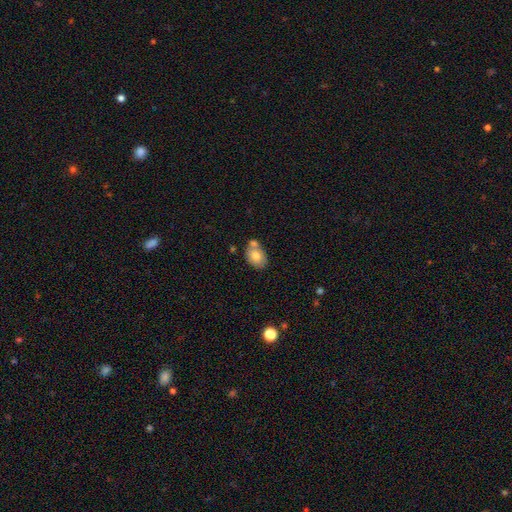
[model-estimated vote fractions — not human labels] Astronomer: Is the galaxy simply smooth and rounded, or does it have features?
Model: smooth — 75%.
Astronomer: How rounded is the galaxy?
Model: in between — 77%.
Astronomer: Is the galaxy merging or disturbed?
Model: none — 50% (runner-up: merger, 30%).